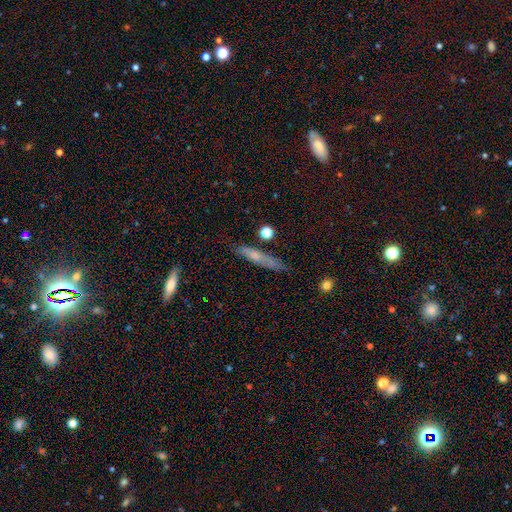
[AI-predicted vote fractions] Smooth or featured: smooth — 56% (featured or disk — 36%)
How rounded: cigar-shaped — 88% (in between — 10%)
Merging: none — 76% (minor disturbance — 17%)